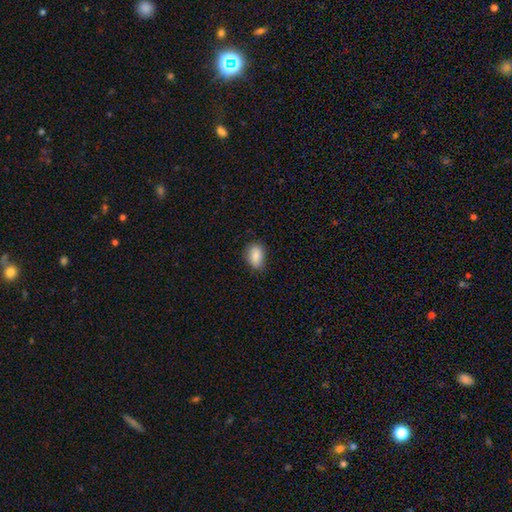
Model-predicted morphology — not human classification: Q: Smooth or featured?
A: smooth (87%); runner-up: star or artifact (7%)
Q: How rounded?
A: in between (83%); runner-up: round (16%)
Q: Merging?
A: none (77%); runner-up: minor disturbance (19%)